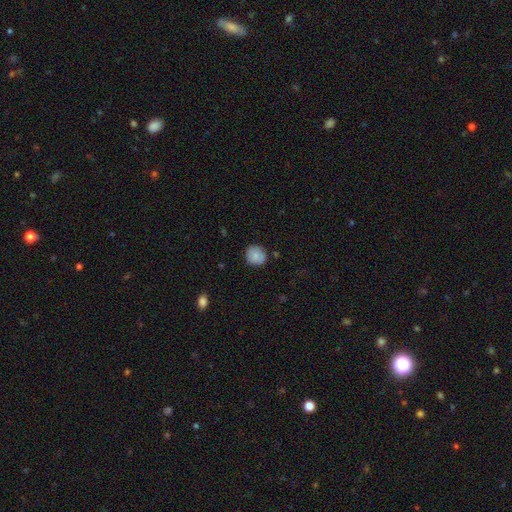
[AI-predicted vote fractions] A smooth galaxy with no disk features (85%) that is round (84%). Merging: none (81%).